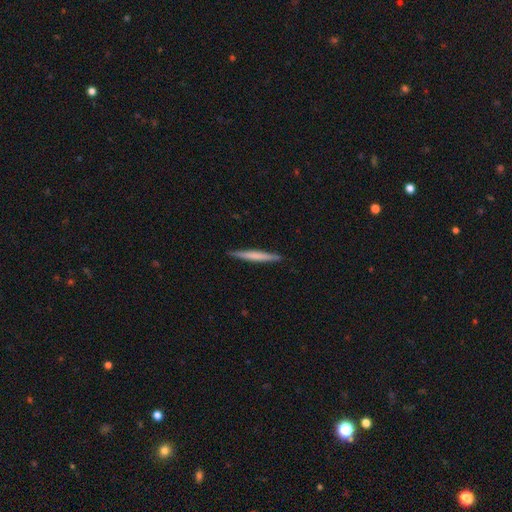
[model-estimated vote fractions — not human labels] Morphology: type=smooth (58%); roundness=cigar-shaped (97%); merging=none (90%).